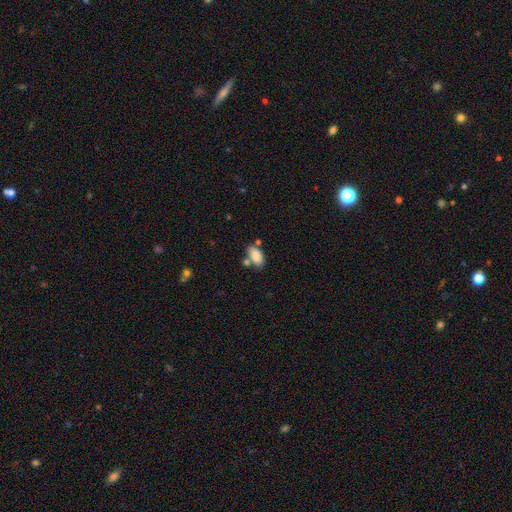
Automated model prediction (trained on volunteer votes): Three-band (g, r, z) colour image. It shows a smooth galaxy with no disk features (85%) that is in between round and cigar-shaped (92%). Merging: none (62%).